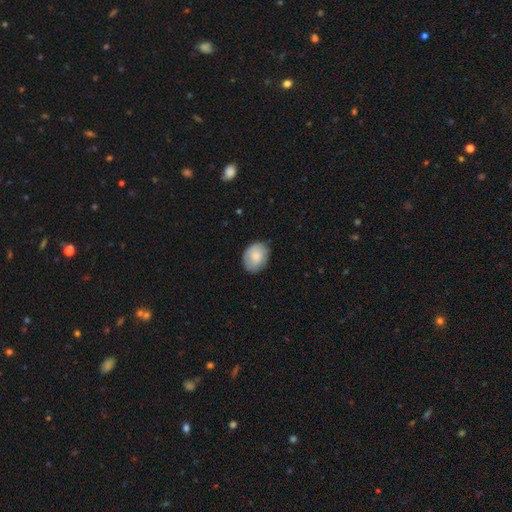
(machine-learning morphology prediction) Smooth or featured?
  - smooth: 78% *
  - featured or disk: 15%
  - star or artifact: 6%
How rounded?
  - in between: 60% *
  - round: 39%
  - cigar-shaped: 1%
Merging?
  - none: 77% *
  - minor disturbance: 18%
  - major disturbance: 4%
  - merger: 1%